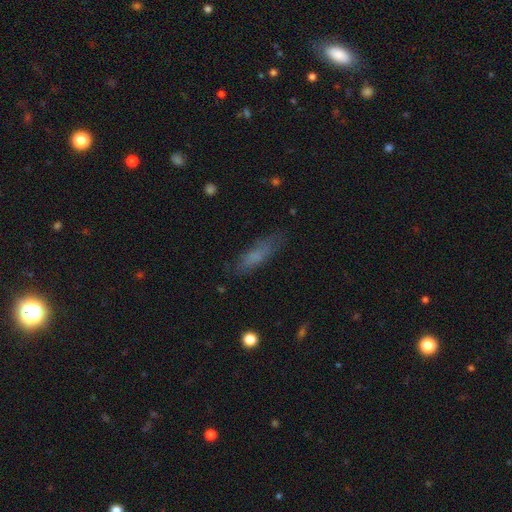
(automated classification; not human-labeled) smooth-or-featured: smooth: 69% | featured or disk: 21% | star or artifact: 10%
  how-rounded: cigar-shaped: 61% | in between: 37% | round: 2%
  merging: none: 74% | minor disturbance: 18% | major disturbance: 6% | merger: 2%